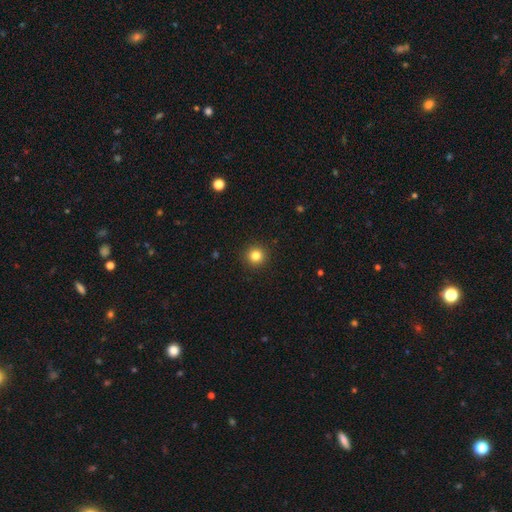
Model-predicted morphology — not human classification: This is clearly a smooth galaxy (83%). How rounded: clearly round (95%). Merging: clearly none (93%).